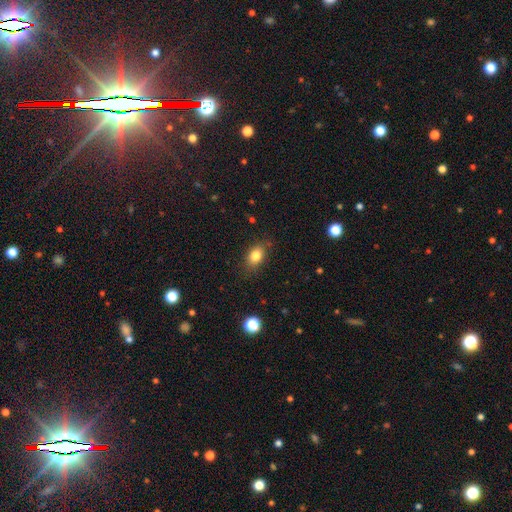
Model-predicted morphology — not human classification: This appears to be a smooth galaxy with no disk features (82%) that is in between round and cigar-shaped (76%). Merging: none (80%).